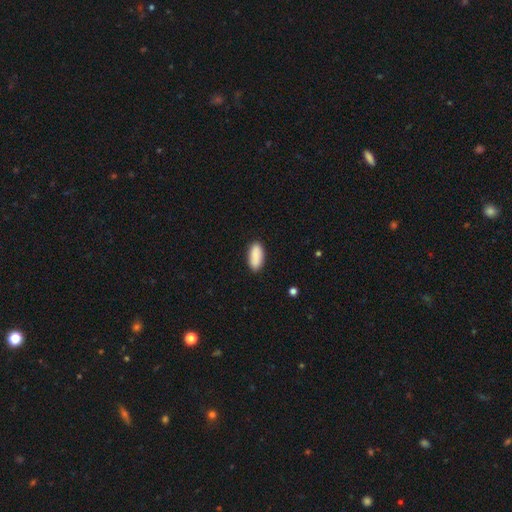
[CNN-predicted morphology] A smooth galaxy with no disk features (90%) that is in between round and cigar-shaped (88%).

Vote fractions:
- Smooth or featured? smooth: 90% / star or artifact: 6% / featured or disk: 4%
- How rounded? in between: 88% / cigar-shaped: 10% / round: 2%
- Merging? none: 89% / minor disturbance: 8% / major disturbance: 2% / merger: 1%